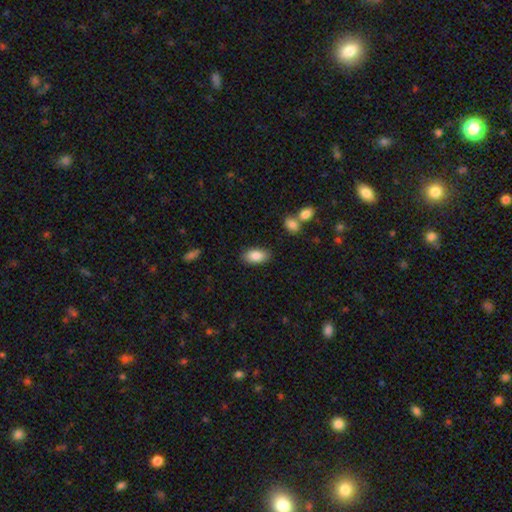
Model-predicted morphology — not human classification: A smooth galaxy with no disk features (86%) that is in between round and cigar-shaped (93%).

Vote fractions:
- Smooth or featured? smooth: 86% / star or artifact: 7% / featured or disk: 7%
- How rounded? in between: 93% / round: 4% / cigar-shaped: 3%
- Merging? none: 86% / minor disturbance: 9% / major disturbance: 3% / merger: 2%